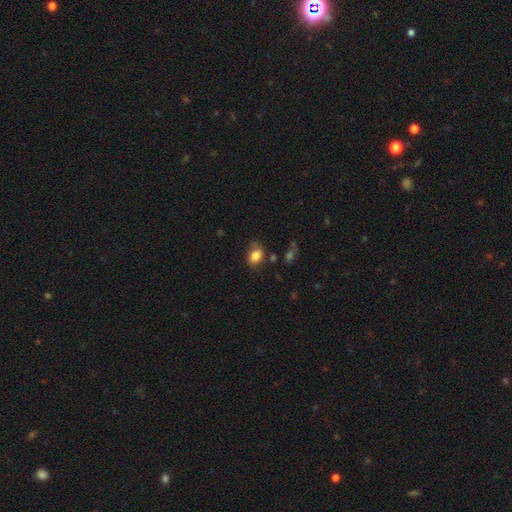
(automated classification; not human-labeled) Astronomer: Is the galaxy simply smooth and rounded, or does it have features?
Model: smooth — 79%.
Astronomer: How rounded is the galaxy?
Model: in between — 71%.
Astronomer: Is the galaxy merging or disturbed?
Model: none — 58%.